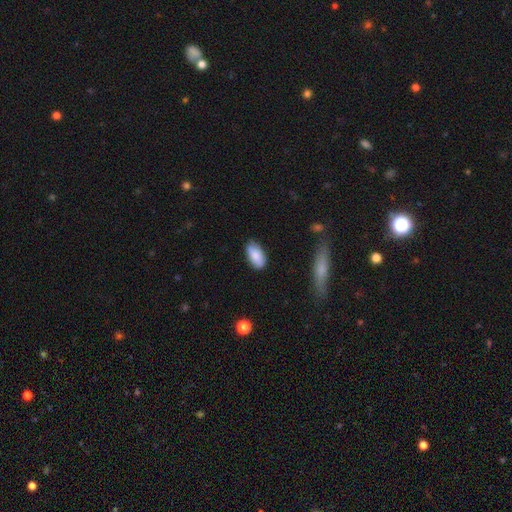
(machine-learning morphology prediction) Smooth or featured: smooth — 86% (featured or disk — 8%)
How rounded: in between — 93% (cigar-shaped — 5%)
Merging: none — 81% (minor disturbance — 15%)